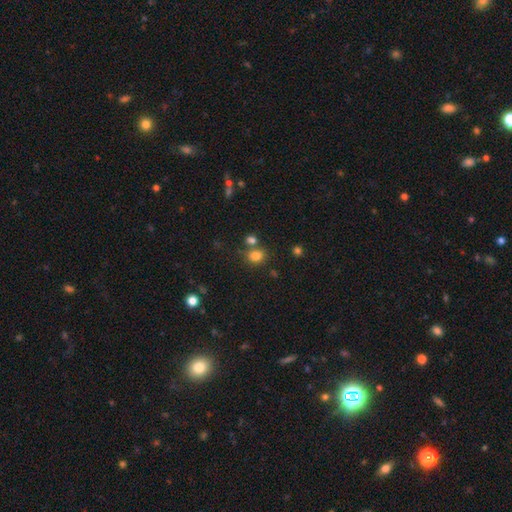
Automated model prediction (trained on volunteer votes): Overall: smooth (80%). How rounded: round (65%; in between 34%). Merging: none (65%).